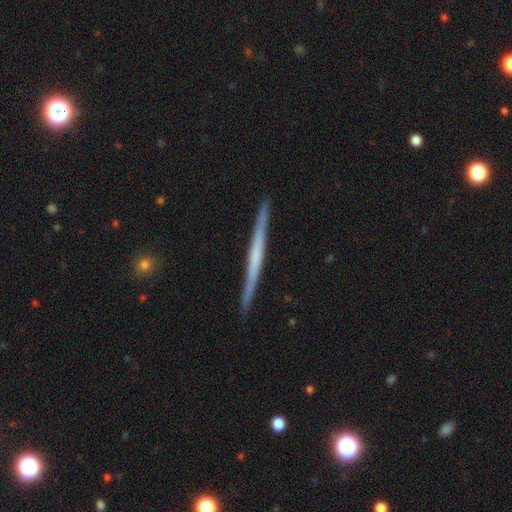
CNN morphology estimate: A featured or disk galaxy (62%) viewed edge-on (98%) with no central bulge (80%). Merging: none (91%).